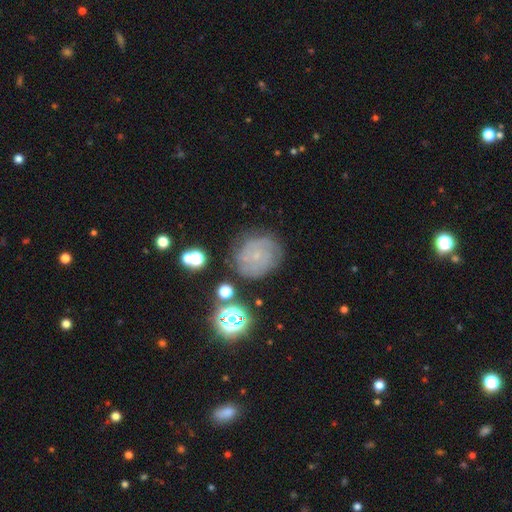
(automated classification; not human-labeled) smooth-or-featured: featured or disk: 62% | smooth: 24% | star or artifact: 14%
  disk-edge-on: no: 97% | yes: 3%
    bar: no: 74% | weak: 22% | strong: 4%
    has-spiral-arms: yes: 88% | no: 12%
      spiral-winding: tight: 64% | medium: 28% | loose: 8%
      spiral-arm-count: can't tell: 40% | 2: 24% | 3: 18% | 4: 8% | 1: 5% | more than 4: 5%
    bulge-size: small: 75% | none: 13% | moderate: 9% | large: 1% | dominant: 1%
  merging: none: 74% | minor disturbance: 17% | major disturbance: 7% | merger: 3%